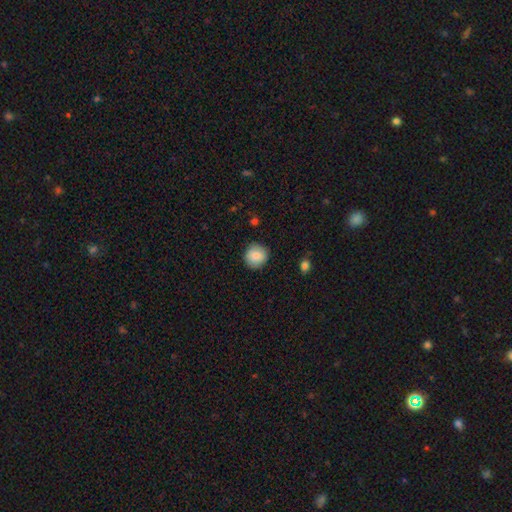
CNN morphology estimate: This is clearly a smooth galaxy (86%). How rounded: clearly round (92%). Merging: clearly none (89%).